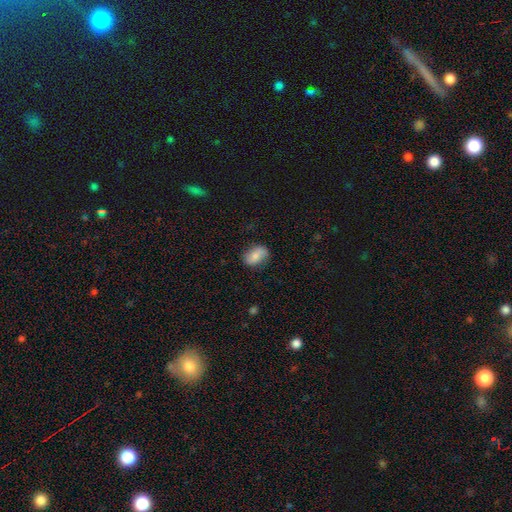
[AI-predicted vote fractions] Smooth or featured? Predicted: smooth (p=0.68). How rounded? Predicted: in between (p=0.83). Merging? Predicted: none (p=0.75).